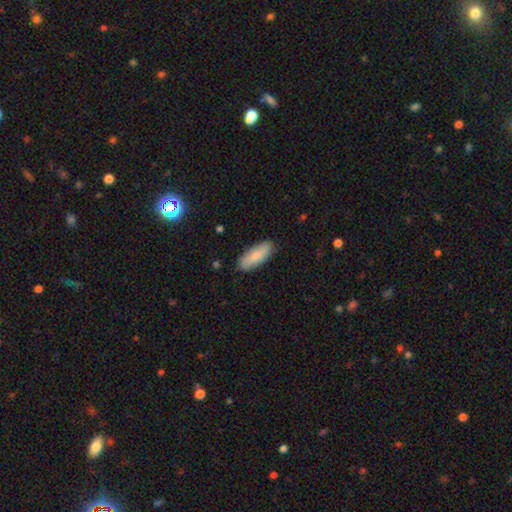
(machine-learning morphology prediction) Smooth or featured: smooth — 84% (featured or disk — 11%)
How rounded: in between — 70% (cigar-shaped — 28%)
Merging: none — 87% (minor disturbance — 10%)